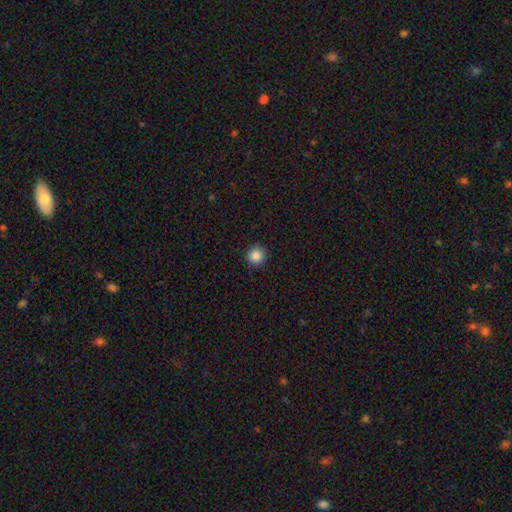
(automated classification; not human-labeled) This is clearly a smooth galaxy (87%). How rounded: clearly round (92%). Merging: clearly none (91%).